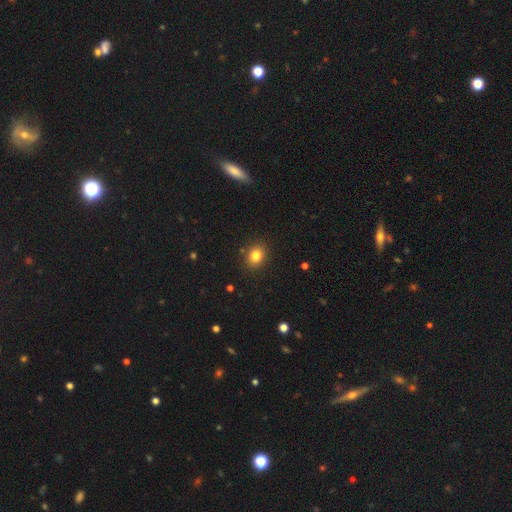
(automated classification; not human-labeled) smooth 82%, star or artifact 11%, featured or disk 6%. Down the decision tree: how rounded — round (57%); merging — none (88%).